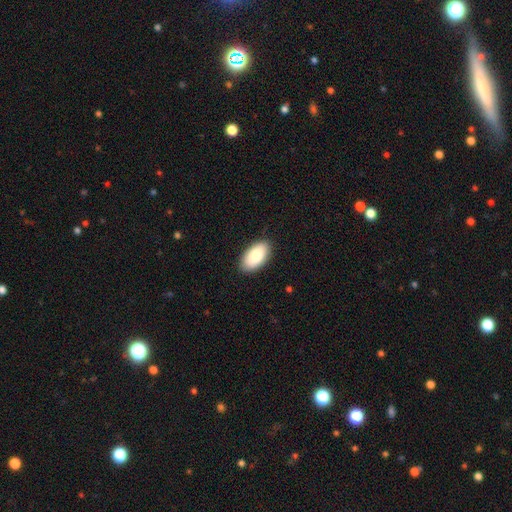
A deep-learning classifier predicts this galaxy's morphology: Q: Smooth or featured?
A: smooth (86%); runner-up: featured or disk (9%)
Q: How rounded?
A: in between (95%); runner-up: round (3%)
Q: Merging?
A: none (88%); runner-up: minor disturbance (9%)